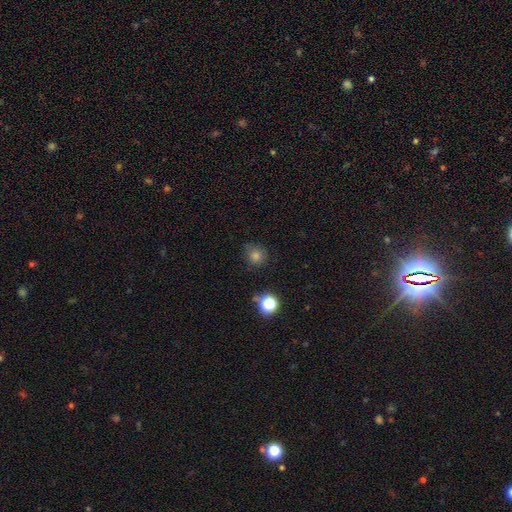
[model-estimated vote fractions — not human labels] Smooth or featured: smooth — 76% (star or artifact — 18%)
How rounded: round — 91% (in between — 8%)
Merging: none — 82% (minor disturbance — 13%)